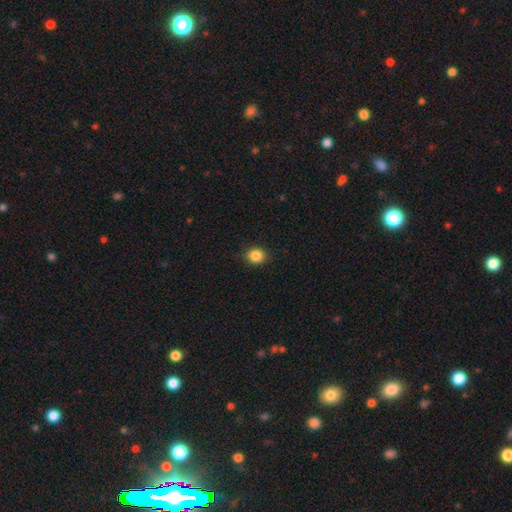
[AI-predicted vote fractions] Smooth or featured: smooth — 86% (star or artifact — 10%)
How rounded: round — 73% (in between — 26%)
Merging: none — 88% (minor disturbance — 9%)